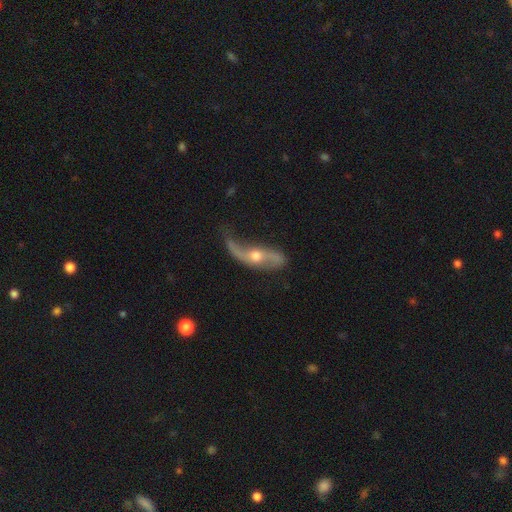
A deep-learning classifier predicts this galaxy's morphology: Q: Smooth or featured?
A: featured or disk (84%); runner-up: smooth (10%)
Q: Edge-on disk?
A: no (85%); runner-up: yes (15%)
Q: Bar?
A: no (61%); runner-up: weak (25%)
Q: Spiral arms?
A: yes (92%); runner-up: no (8%)
Q: Spiral winding?
A: loose (87%); runner-up: medium (10%)
Q: Spiral arm count?
A: 2 (87%); runner-up: 1 (8%)
Q: Bulge size?
A: moderate (64%); runner-up: small (31%)
Q: Merging?
A: none (51%); runner-up: minor disturbance (27%)